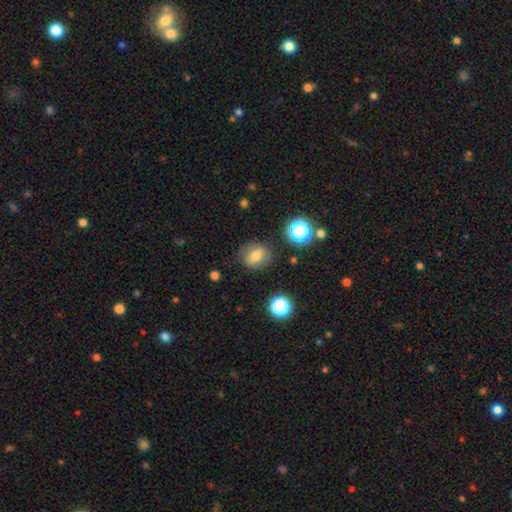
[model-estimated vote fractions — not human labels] A smooth galaxy with no disk features (70%) that is round (67%). Merging: none (81%).